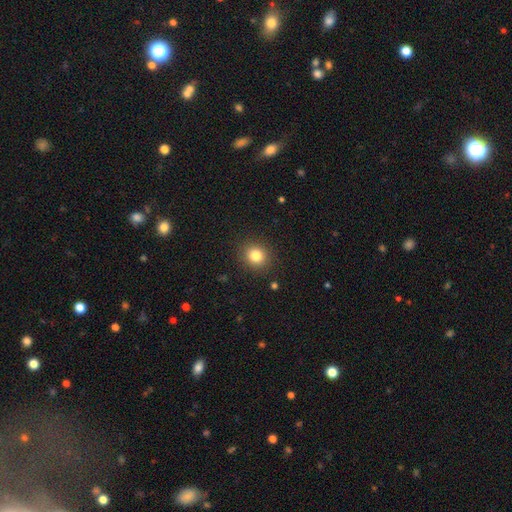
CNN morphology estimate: Smooth or featured: smooth — 82% (star or artifact — 12%)
How rounded: round — 83% (in between — 16%)
Merging: none — 90% (minor disturbance — 7%)